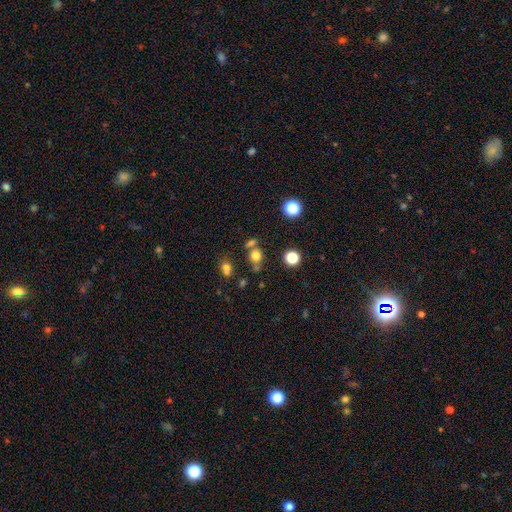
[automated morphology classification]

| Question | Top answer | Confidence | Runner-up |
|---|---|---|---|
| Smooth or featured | smooth | 73% | star or artifact (19%) |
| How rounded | round | 77% | in between (22%) |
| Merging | none | 59% | merger (25%) |